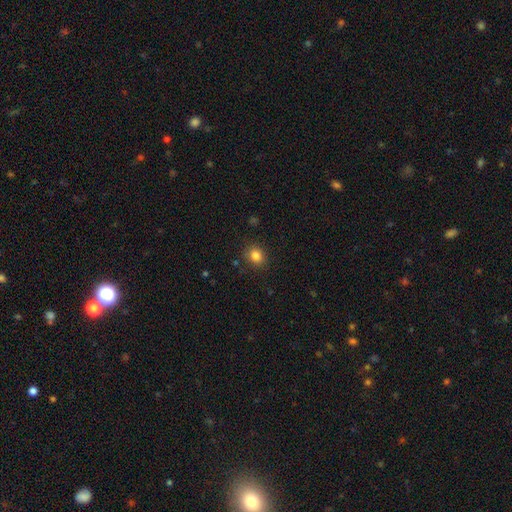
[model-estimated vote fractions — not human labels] This is clearly a smooth galaxy (83%). How rounded: likely round (70%). Merging: clearly none (85%).